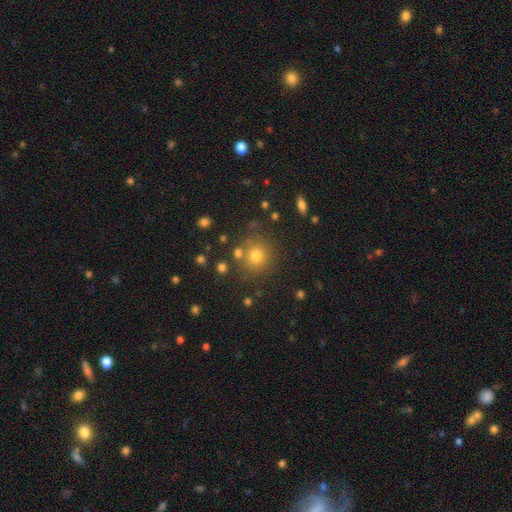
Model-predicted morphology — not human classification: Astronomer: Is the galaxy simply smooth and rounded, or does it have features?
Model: smooth — 74%.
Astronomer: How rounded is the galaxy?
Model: round — 89%.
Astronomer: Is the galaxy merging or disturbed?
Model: none — 78%.